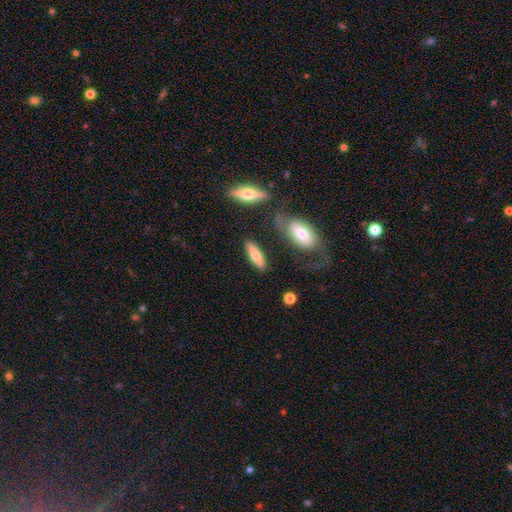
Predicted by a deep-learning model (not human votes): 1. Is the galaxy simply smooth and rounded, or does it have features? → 64% smooth, 29% featured or disk, 6% star or artifact.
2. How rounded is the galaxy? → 63% cigar-shaped, 35% in between, 3% round.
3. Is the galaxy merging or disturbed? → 80% none, 12% minor disturbance, 5% merger, 4% major disturbance.